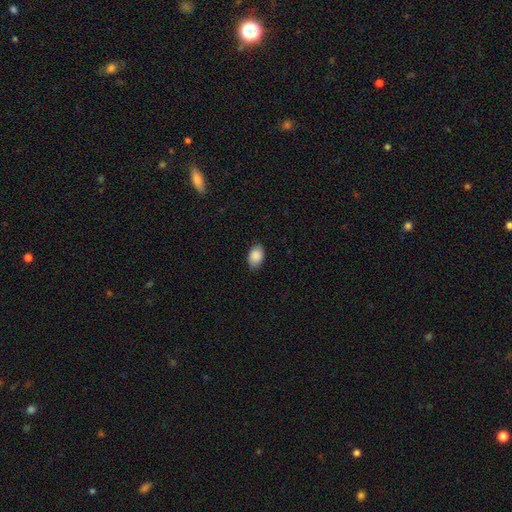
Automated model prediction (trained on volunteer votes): smooth 89%, star or artifact 7%, featured or disk 4%. Down the decision tree: how rounded — in between (88%); merging — none (82%).